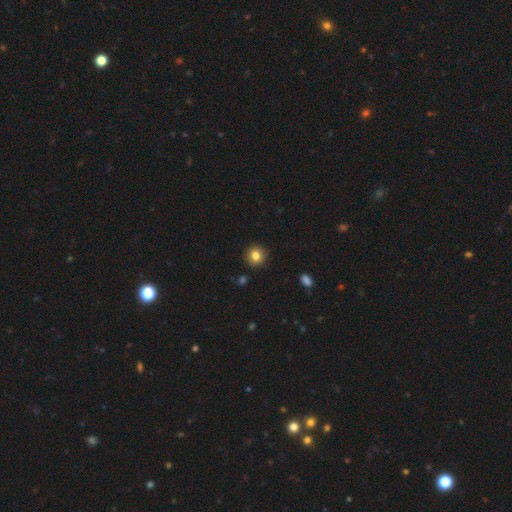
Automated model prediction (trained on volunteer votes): smooth_or_featured: smooth (p=0.83) [alt: star or artifact p=0.10]
how_rounded: round (p=0.93) [alt: in between p=0.06]
merging: none (p=0.92) [alt: minor disturbance p=0.05]